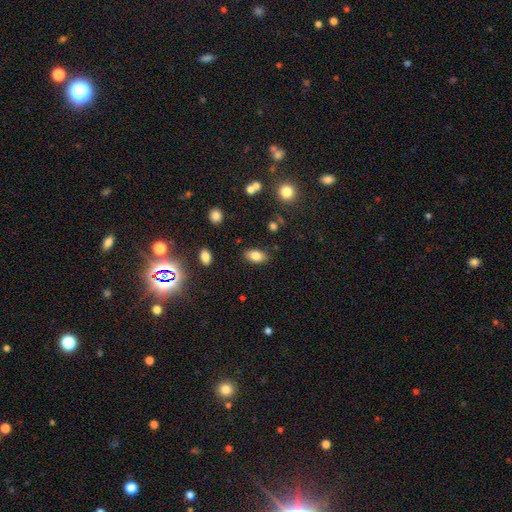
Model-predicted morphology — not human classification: smooth-or-featured: smooth: 81% | featured or disk: 10% | star or artifact: 9%
  how-rounded: in between: 90% | round: 6% | cigar-shaped: 4%
  merging: none: 84% | minor disturbance: 11% | major disturbance: 3% | merger: 2%